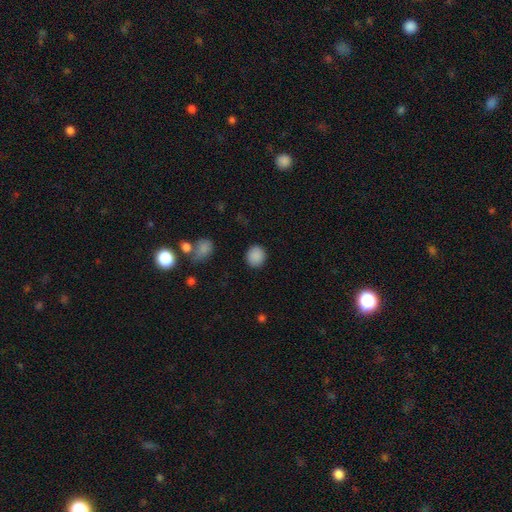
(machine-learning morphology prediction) type=smooth (89%); roundness=round (81%); merging=none (89%).